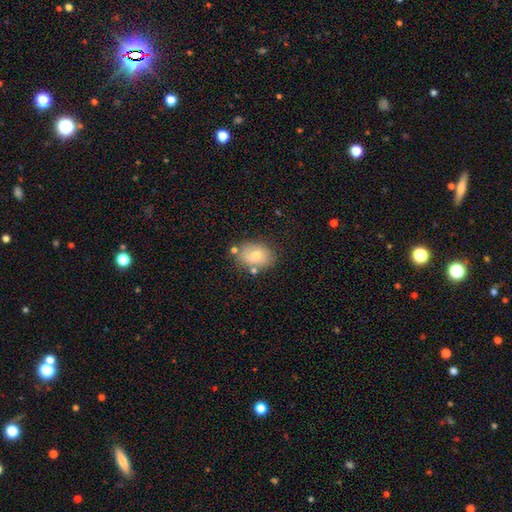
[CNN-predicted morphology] type=smooth (68%); roundness=in between (71%); merging=none (72%).